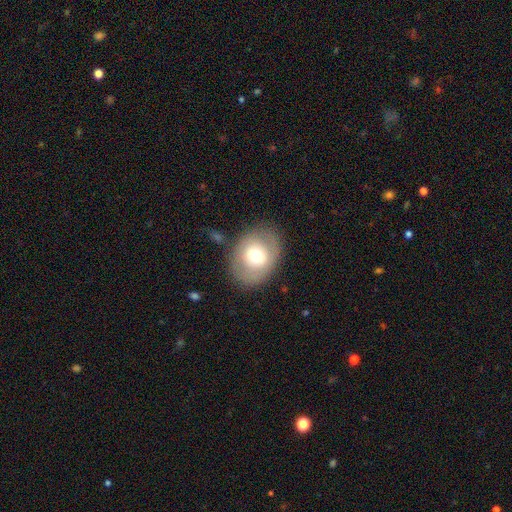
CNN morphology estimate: This is likely a smooth galaxy (61%). How rounded: possibly in between (54%). Merging: likely none (78%).